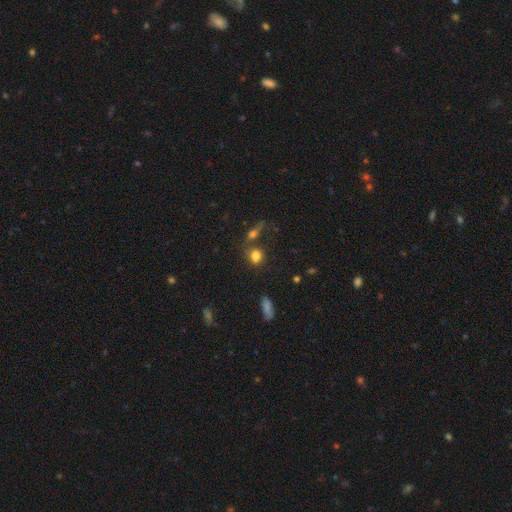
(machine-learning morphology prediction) Smooth or featured? smooth (78%)
How rounded? round (60%)
Merging? none (52%)